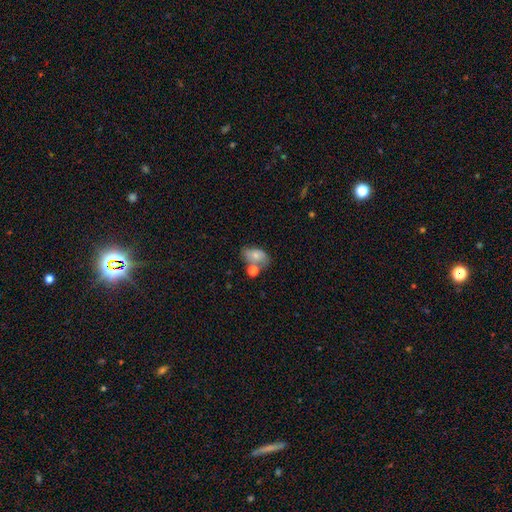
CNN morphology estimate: Smooth or featured? Predicted: smooth (p=0.70). How rounded? Predicted: in between (p=0.84). Merging? Predicted: none (p=0.45).